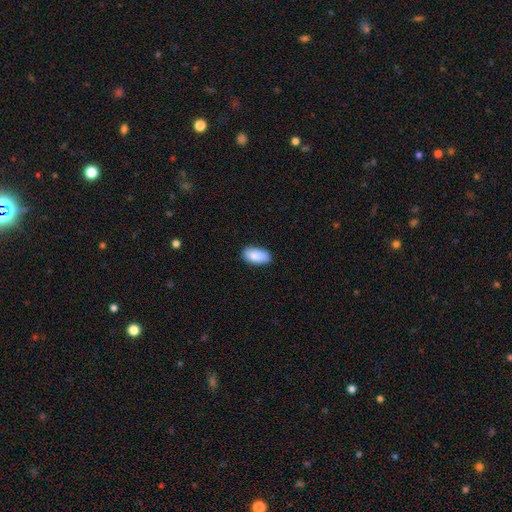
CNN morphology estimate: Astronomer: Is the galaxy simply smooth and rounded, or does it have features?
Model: smooth — 86%.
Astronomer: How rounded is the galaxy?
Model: in between — 94%.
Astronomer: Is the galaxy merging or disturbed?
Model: none — 79%.